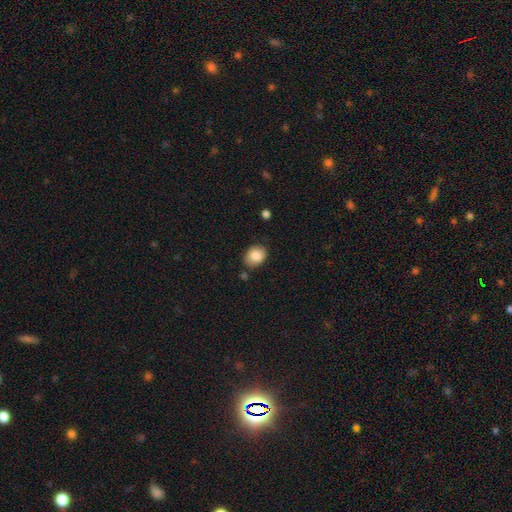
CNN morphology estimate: smooth 83%, featured or disk 9%, star or artifact 8%. Down the decision tree: how rounded — in between (50%); merging — none (79%).